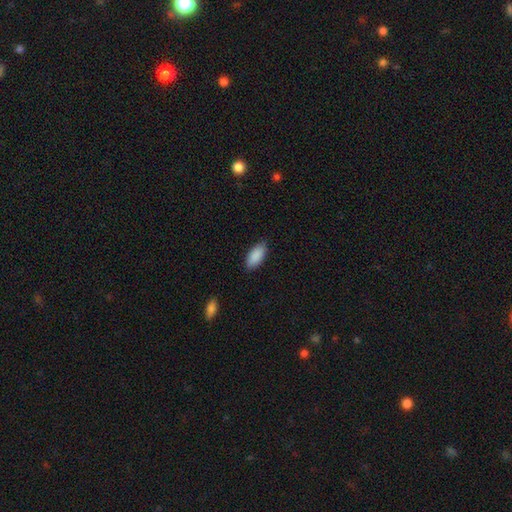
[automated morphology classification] This appears to be a smooth galaxy with no disk features (90%) that is in between round and cigar-shaped (90%). Merging: none (85%).